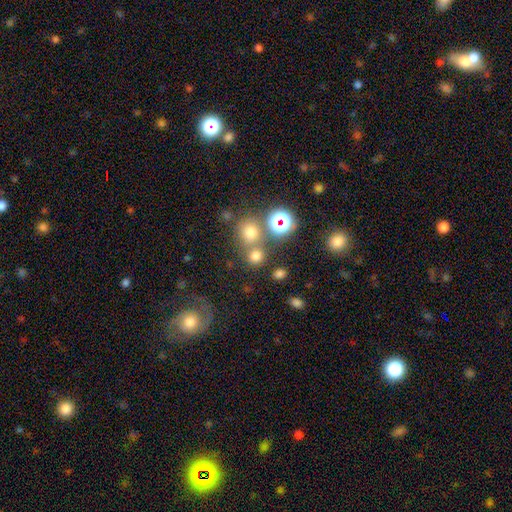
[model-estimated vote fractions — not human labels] smooth-or-featured: smooth: 69% | star or artifact: 23% | featured or disk: 8%
  how-rounded: round: 84% | in between: 14% | cigar-shaped: 1%
  merging: none: 63% | merger: 25% | minor disturbance: 8% | major disturbance: 4%